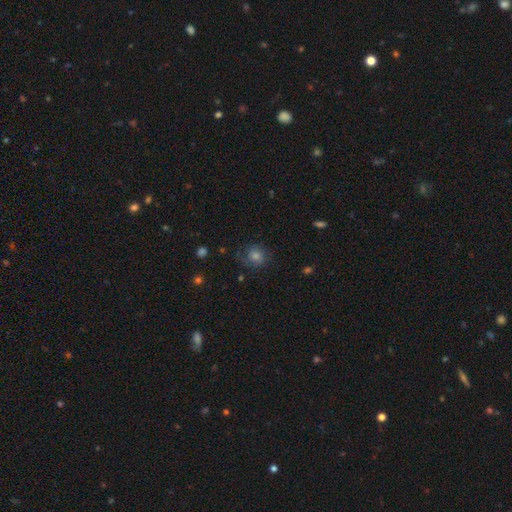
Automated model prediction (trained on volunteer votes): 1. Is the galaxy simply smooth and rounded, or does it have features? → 51% smooth, 28% featured or disk, 21% star or artifact.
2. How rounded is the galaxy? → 75% round, 23% in between, 1% cigar-shaped.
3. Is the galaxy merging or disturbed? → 69% none, 18% minor disturbance, 11% major disturbance, 1% merger.